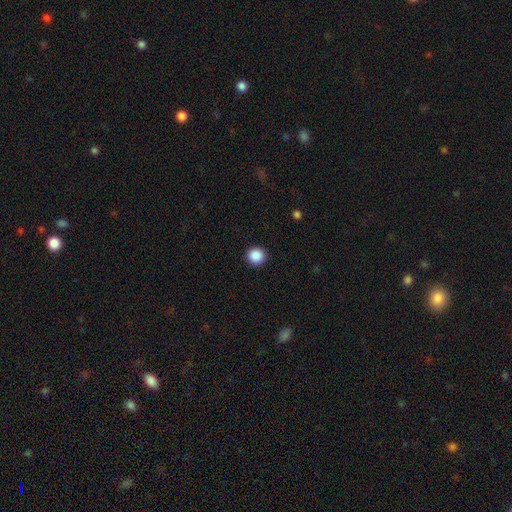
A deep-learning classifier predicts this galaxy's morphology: A smooth galaxy with no disk features (88%) that is round (92%). Merging: none (92%).